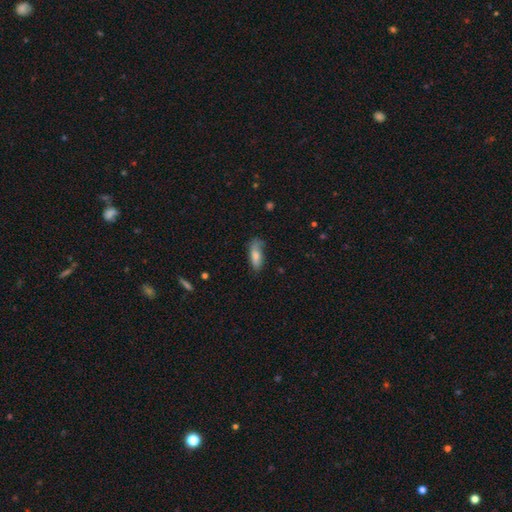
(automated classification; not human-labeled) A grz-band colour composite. It shows a smooth galaxy with no disk features (75%) that is in between round and cigar-shaped (68%). Merging: none (57%).